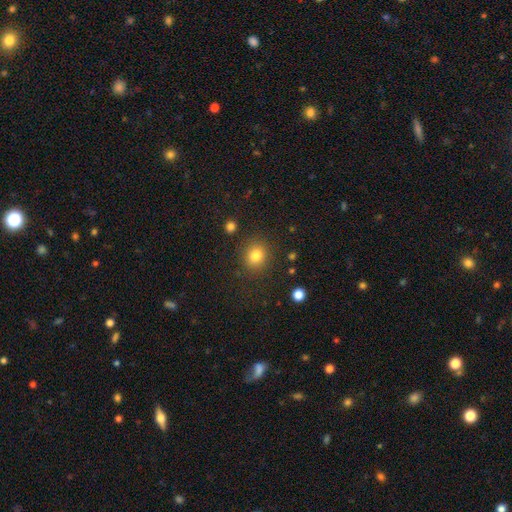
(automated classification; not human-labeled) This appears to be a smooth galaxy with no disk features (82%) that is round (80%). Merging: none (87%).